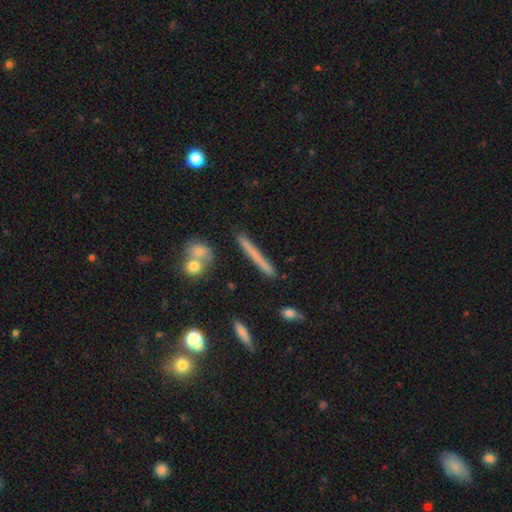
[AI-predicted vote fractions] Smooth or featured? smooth (59%)
How rounded? cigar-shaped (93%)
Merging? none (82%)